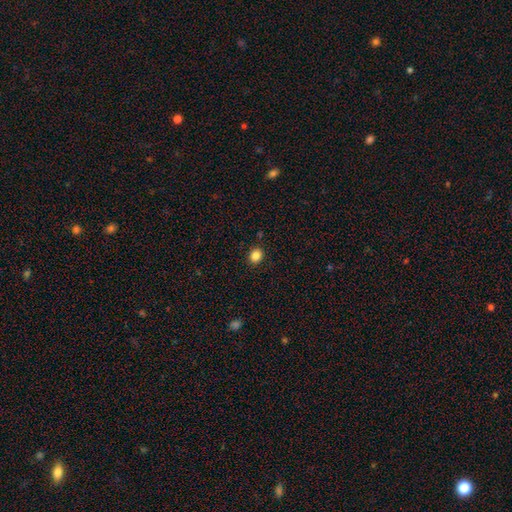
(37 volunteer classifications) A smooth galaxy with no disk features (89%) that is round (58%). Merging: none (88%).